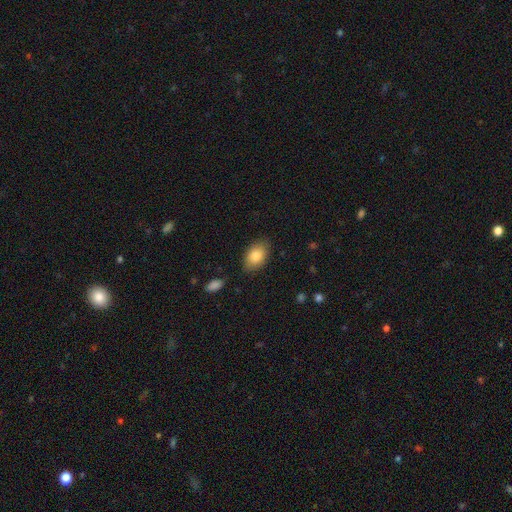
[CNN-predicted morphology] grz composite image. It shows a smooth galaxy with no disk features (83%) that is in between round and cigar-shaped (90%). Merging: none (82%).